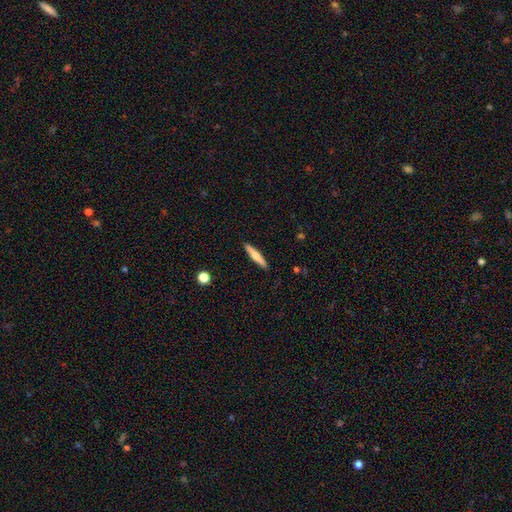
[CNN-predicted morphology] Smooth or featured? Predicted: smooth (p=0.60). How rounded? Predicted: cigar-shaped (p=0.91). Merging? Predicted: none (p=0.90).